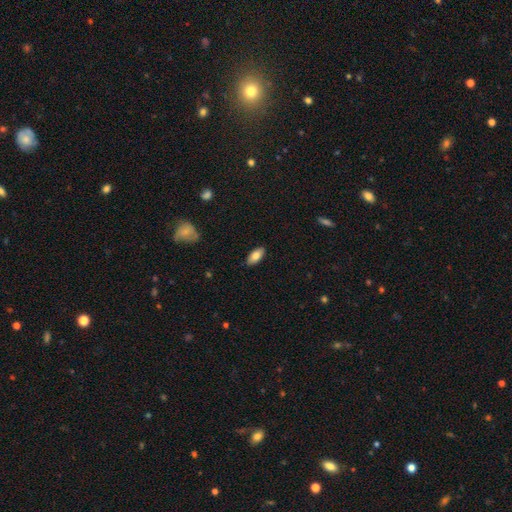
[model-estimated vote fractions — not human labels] smooth 79%, featured or disk 14%, star or artifact 7%. Down the decision tree: how rounded — in between (90%); merging — none (87%).